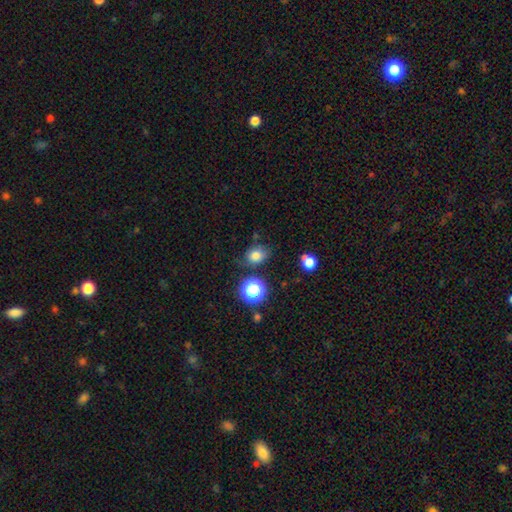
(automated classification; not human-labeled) A smooth galaxy with no disk features (78%) that is round (51%). Merging: none (71%).